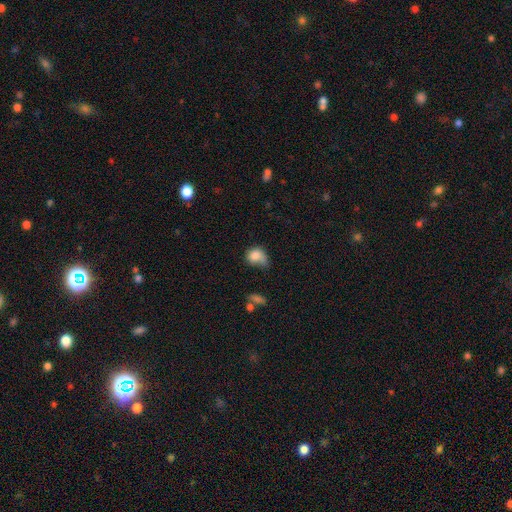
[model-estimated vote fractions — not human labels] Smooth or featured? Predicted: smooth (p=0.80). How rounded? Predicted: round (p=0.56). Merging? Predicted: minor disturbance (p=0.38).